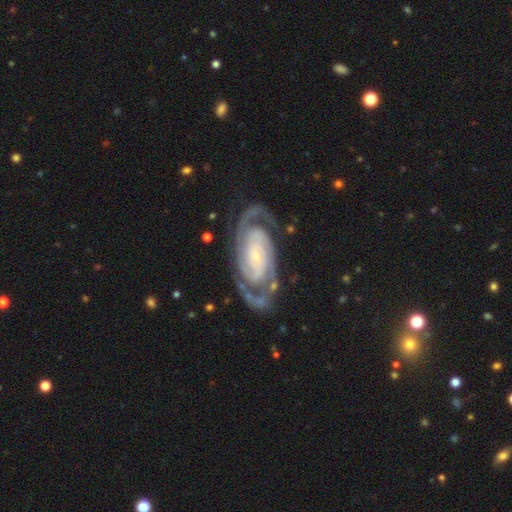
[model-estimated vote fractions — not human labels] This appears to be a featured or disk galaxy (92%) with no bar (60%), 2 (83%) tight (62%) spiral arms (98%) and a small central bulge (81%). Merging: none (76%).